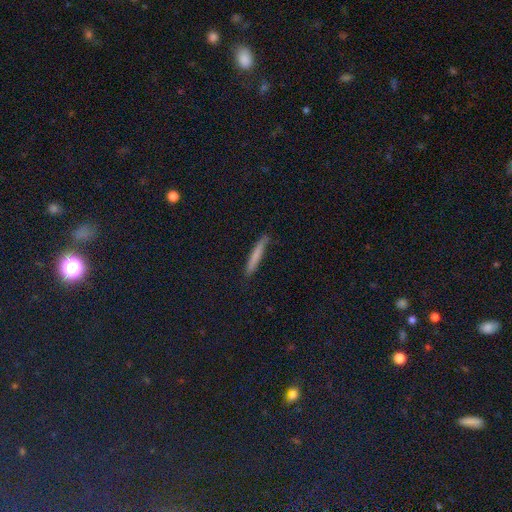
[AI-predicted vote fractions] Smooth or featured: smooth — 73% (featured or disk — 19%)
How rounded: cigar-shaped — 95% (in between — 3%)
Merging: none — 82% (minor disturbance — 14%)